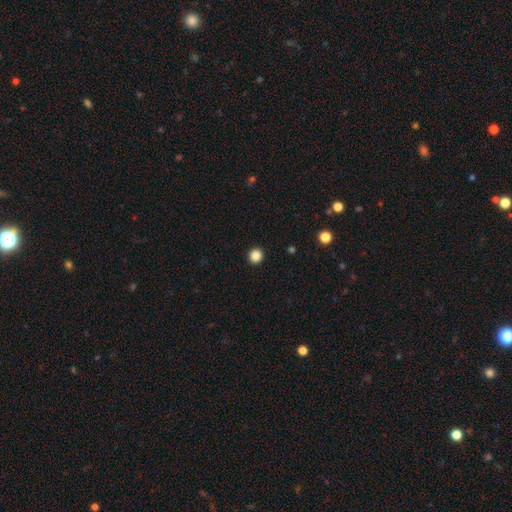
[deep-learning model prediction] smooth 86%, star or artifact 11%, featured or disk 3%. Down the decision tree: how rounded — round (93%); merging — none (94%).